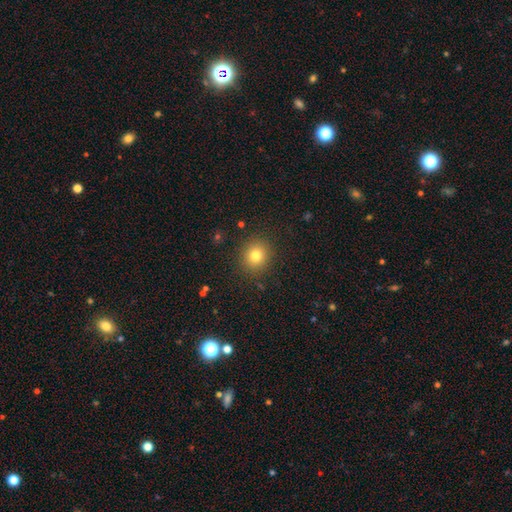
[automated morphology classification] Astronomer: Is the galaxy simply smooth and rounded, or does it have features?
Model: smooth — 79%.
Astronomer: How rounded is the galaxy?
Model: round — 85%.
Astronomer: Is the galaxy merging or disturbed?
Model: none — 89%.